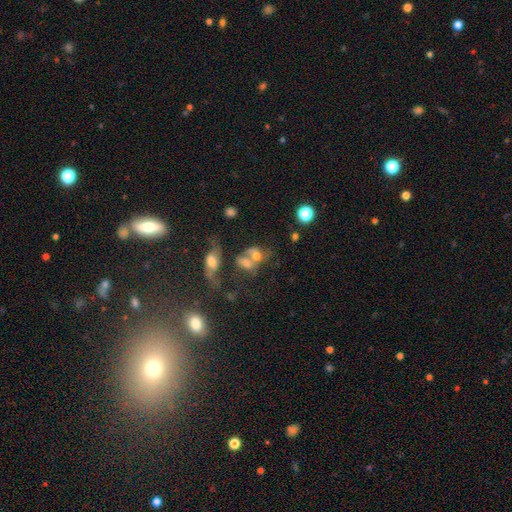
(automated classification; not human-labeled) Overall: smooth (49%; featured or disk 32%). Merging: merger (51%; none 26%).